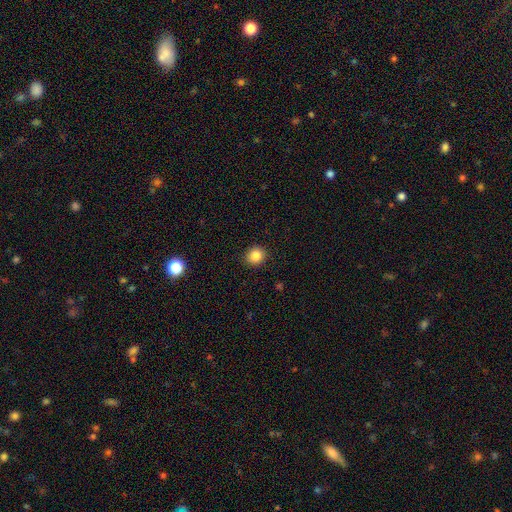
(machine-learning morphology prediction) Smooth or featured? smooth (85%)
How rounded? round (87%)
Merging? none (91%)